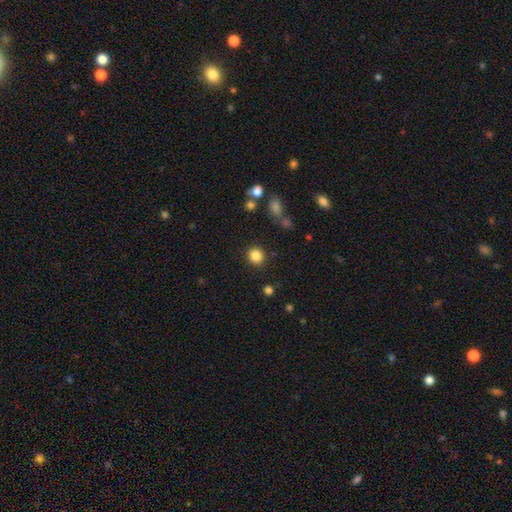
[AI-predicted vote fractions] This appears to be a smooth galaxy with no disk features (85%) that is round (87%). Merging: none (89%).